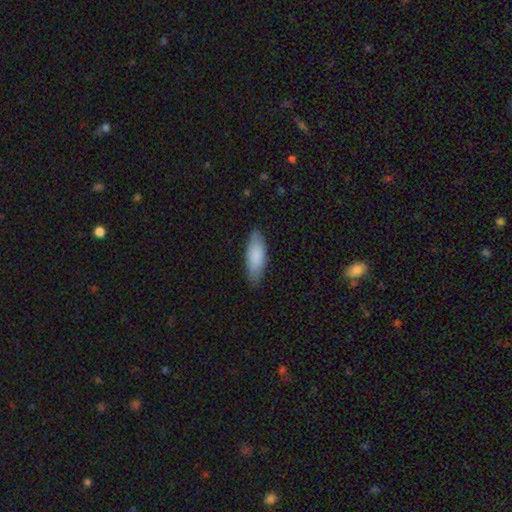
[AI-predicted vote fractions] Smooth or featured? smooth (86%)
How rounded? in between (65%)
Merging? none (84%)